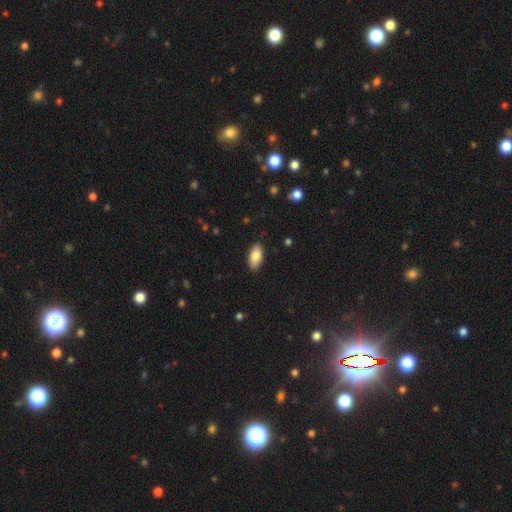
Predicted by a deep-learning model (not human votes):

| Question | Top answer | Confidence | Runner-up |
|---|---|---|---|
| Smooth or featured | smooth | 83% | featured or disk (10%) |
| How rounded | in between | 92% | cigar-shaped (6%) |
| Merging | none | 88% | minor disturbance (9%) |